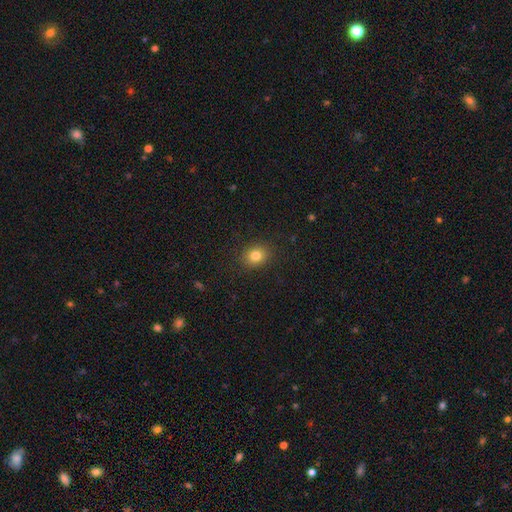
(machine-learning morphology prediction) Overall: smooth (81%). How rounded: round (60%; in between 39%). Merging: none (89%).